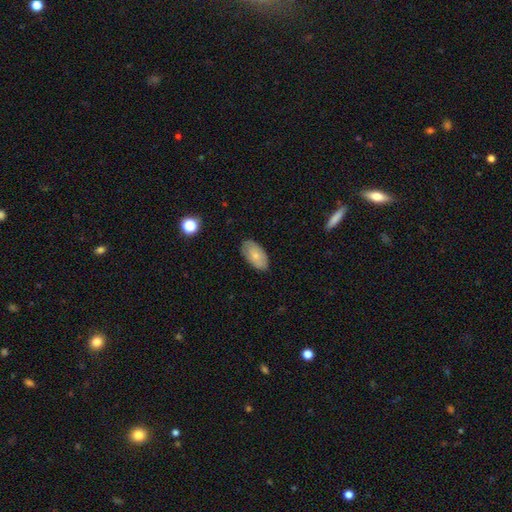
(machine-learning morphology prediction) This is likely a smooth galaxy (70%). How rounded: clearly in between (94%). Merging: likely none (80%).